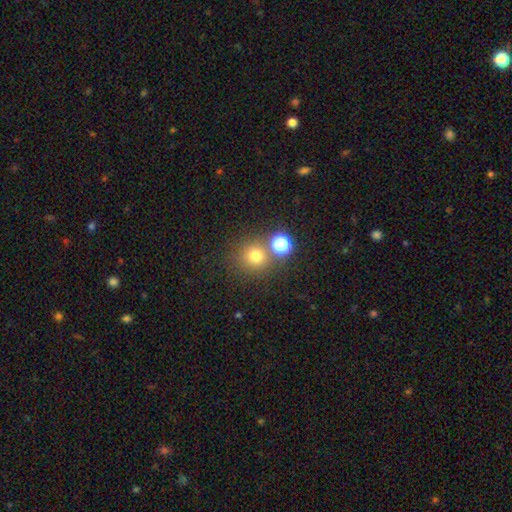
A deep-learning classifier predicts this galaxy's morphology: Smooth or featured? smooth (73%)
How rounded? round (92%)
Merging? none (73%)